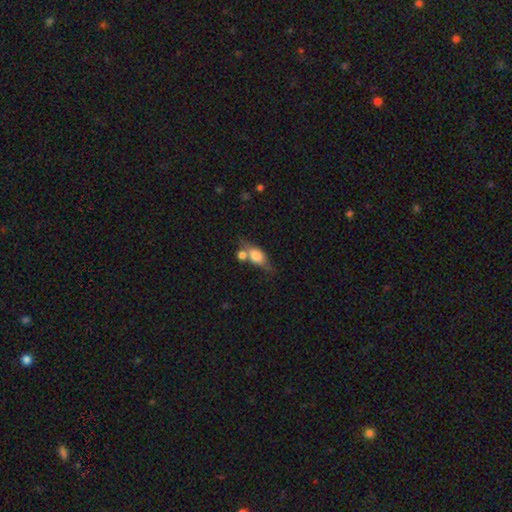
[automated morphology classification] smooth-or-featured: smooth: 59% | featured or disk: 33% | star or artifact: 8%
  how-rounded: in between: 67% | round: 17% | cigar-shaped: 16%
  merging: none: 44% | merger: 31% | minor disturbance: 17% | major disturbance: 8%